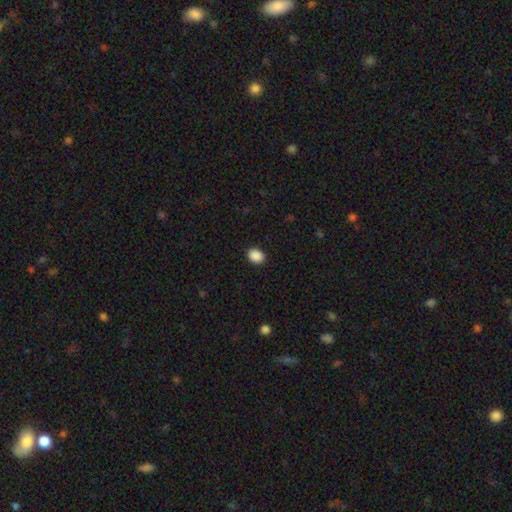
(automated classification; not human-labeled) Smooth or featured?
  - smooth: 90% *
  - star or artifact: 8%
  - featured or disk: 2%
How rounded?
  - in between: 58% *
  - round: 41%
  - cigar-shaped: 1%
Merging?
  - none: 91% *
  - minor disturbance: 6%
  - major disturbance: 2%
  - merger: 1%